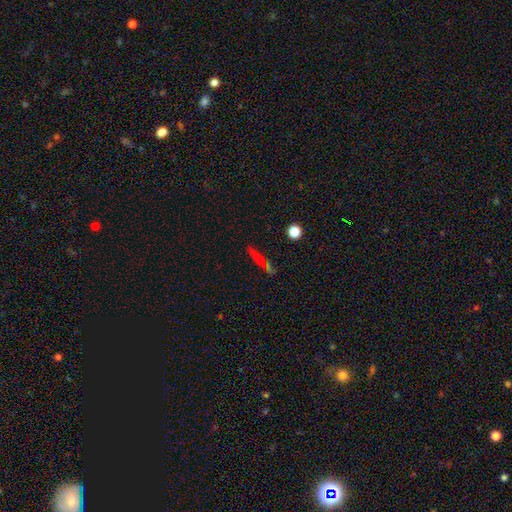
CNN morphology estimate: Smooth or featured: smooth — 53% (featured or disk — 26%)
How rounded: cigar-shaped — 84% (in between — 10%)
Merging: none — 78% (minor disturbance — 11%)